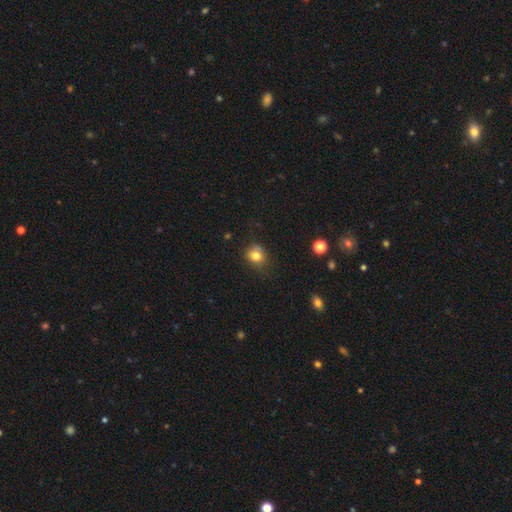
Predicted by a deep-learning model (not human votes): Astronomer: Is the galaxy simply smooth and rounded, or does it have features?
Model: smooth — 79%.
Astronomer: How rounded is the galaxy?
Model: round — 70%.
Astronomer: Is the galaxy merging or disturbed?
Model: none — 62%.